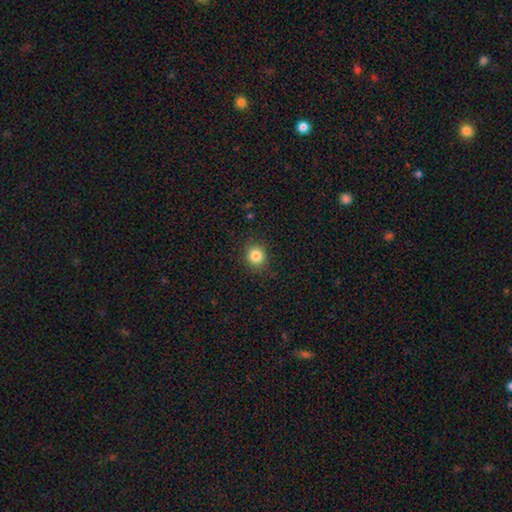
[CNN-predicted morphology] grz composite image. It shows a smooth galaxy with no disk features (84%) that is round (84%). Merging: none (88%).